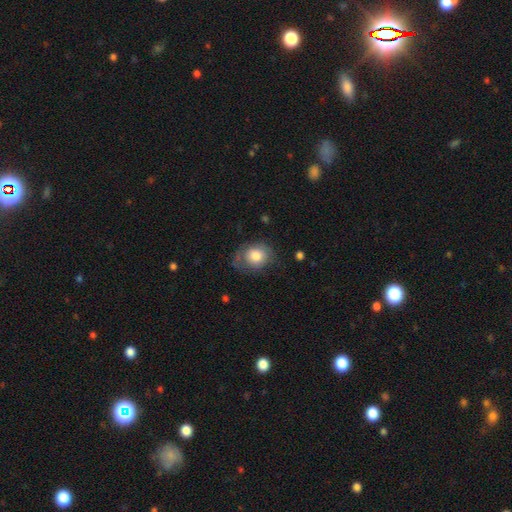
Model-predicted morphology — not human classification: Smooth or featured? smooth (73%)
How rounded? round (64%)
Merging? none (54%)